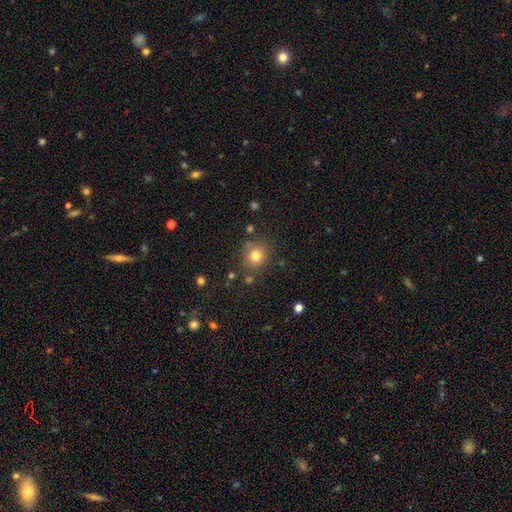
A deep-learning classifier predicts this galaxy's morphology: smooth_or_featured: smooth (p=0.78) [alt: star or artifact p=0.14]
how_rounded: round (p=0.87) [alt: in between p=0.12]
merging: none (p=0.79) [alt: minor disturbance p=0.11]